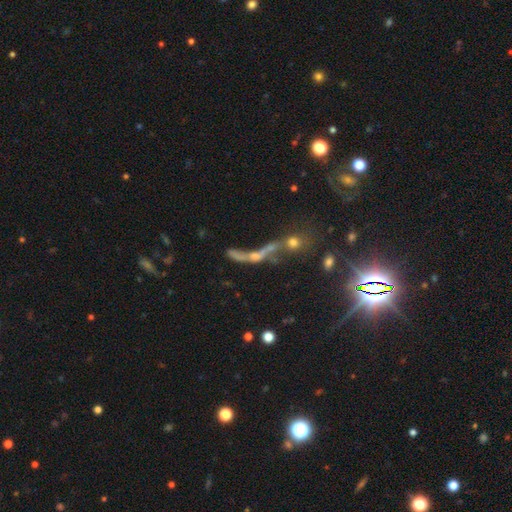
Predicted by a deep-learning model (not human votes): Q: Smooth or featured?
A: featured or disk (40%); runner-up: smooth (37%)
Q: Merging?
A: merger (53%); runner-up: major disturbance (21%)